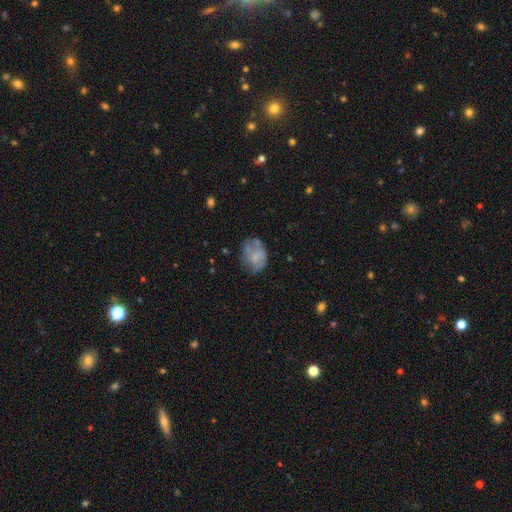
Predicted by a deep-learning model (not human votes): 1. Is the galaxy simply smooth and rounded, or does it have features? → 48% smooth, 43% featured or disk, 9% star or artifact.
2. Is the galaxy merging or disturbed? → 50% none, 28% minor disturbance, 16% major disturbance, 6% merger.